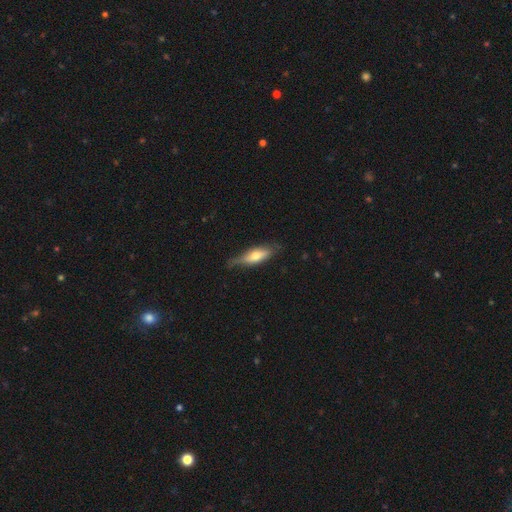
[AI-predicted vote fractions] A smooth galaxy with no disk features (53%) that is in between round and cigar-shaped (51%). Merging: none (59%).